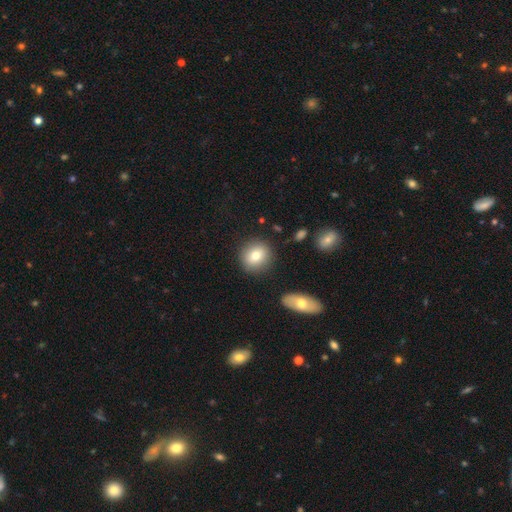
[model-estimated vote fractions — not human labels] smooth 77%, featured or disk 14%, star or artifact 9%. Down the decision tree: how rounded — round (82%); merging — none (86%).